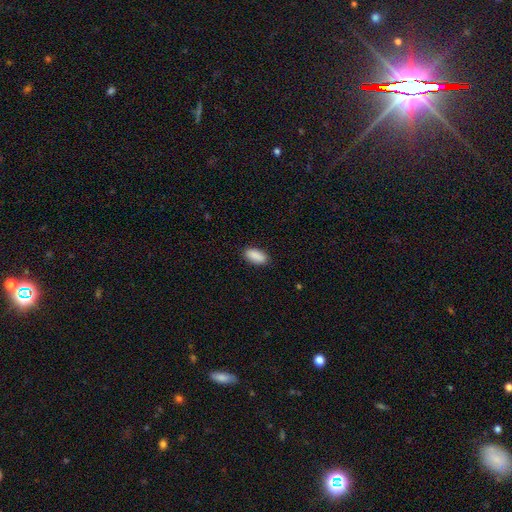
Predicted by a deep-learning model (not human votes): This appears to be a smooth galaxy with no disk features (90%) that is in between round and cigar-shaped (86%). Merging: none (89%).